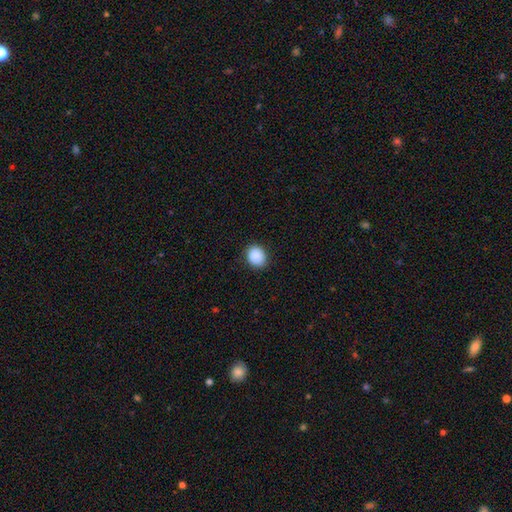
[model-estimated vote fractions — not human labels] Smooth or featured?
  - smooth: 89% *
  - star or artifact: 8%
  - featured or disk: 3%
How rounded?
  - round: 61% *
  - in between: 38%
  - cigar-shaped: 1%
Merging?
  - none: 86% *
  - minor disturbance: 11%
  - major disturbance: 3%
  - merger: 1%